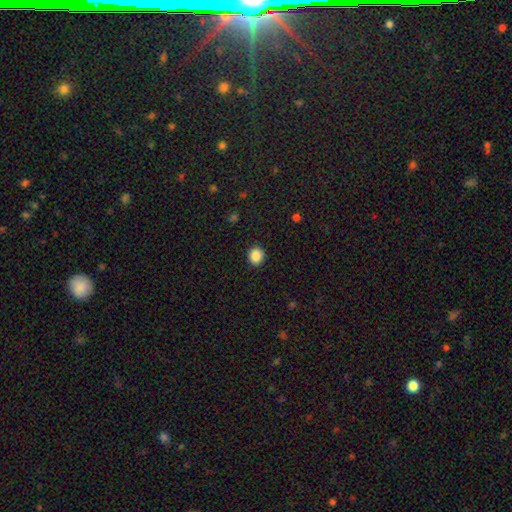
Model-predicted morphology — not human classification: A smooth galaxy with no disk features (87%) that is round (84%). Merging: none (91%).